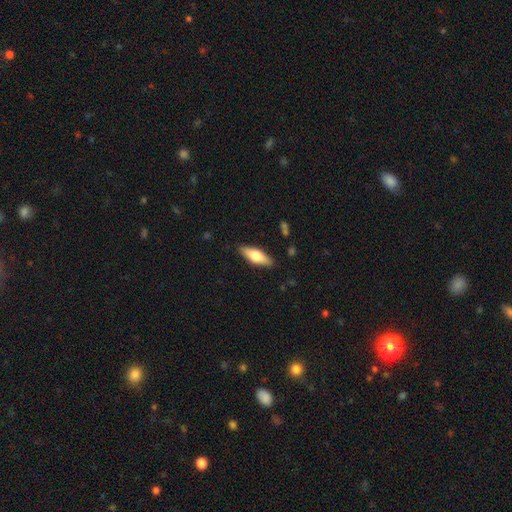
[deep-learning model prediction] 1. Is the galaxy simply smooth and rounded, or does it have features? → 61% smooth, 34% featured or disk, 6% star or artifact.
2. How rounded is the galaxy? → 59% in between, 38% cigar-shaped, 2% round.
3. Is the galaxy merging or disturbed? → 87% none, 9% minor disturbance, 2% major disturbance, 1% merger.